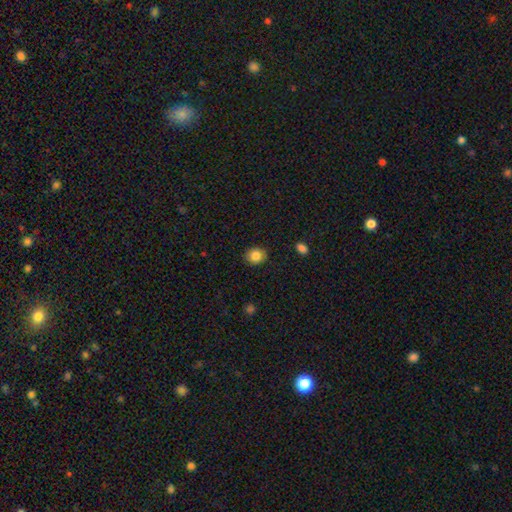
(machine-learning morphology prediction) This appears to be a smooth galaxy with no disk features (85%) that is round (65%). Merging: none (88%).